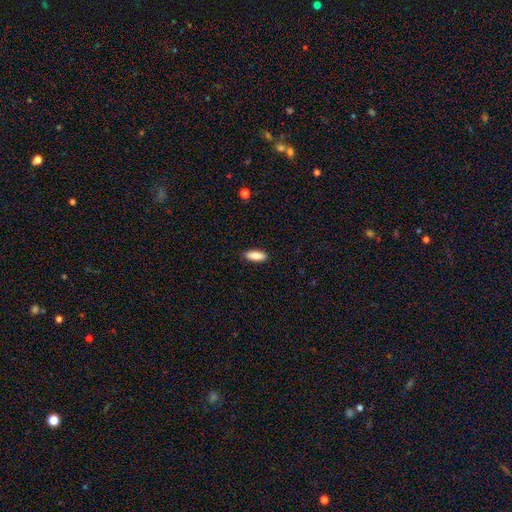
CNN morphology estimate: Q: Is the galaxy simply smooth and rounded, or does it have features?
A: smooth — 88%.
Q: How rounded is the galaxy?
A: in between — 69%.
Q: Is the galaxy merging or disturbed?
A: none — 88%.